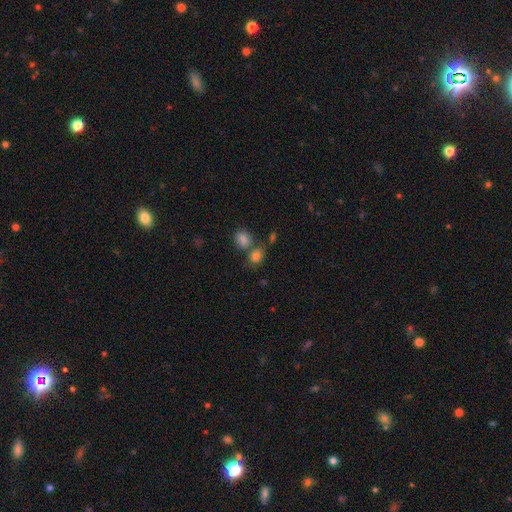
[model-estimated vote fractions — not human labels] A smooth galaxy with no disk features (81%) that is in between round and cigar-shaped (55%). Merging: none (47%).